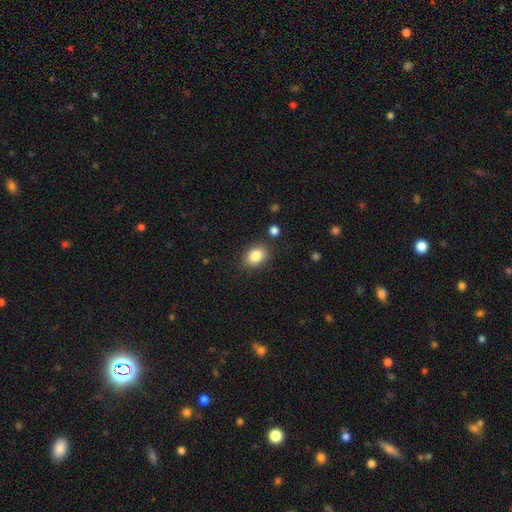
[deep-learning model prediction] Morphology: type=smooth (85%); roundness=in between (70%); merging=none (84%).